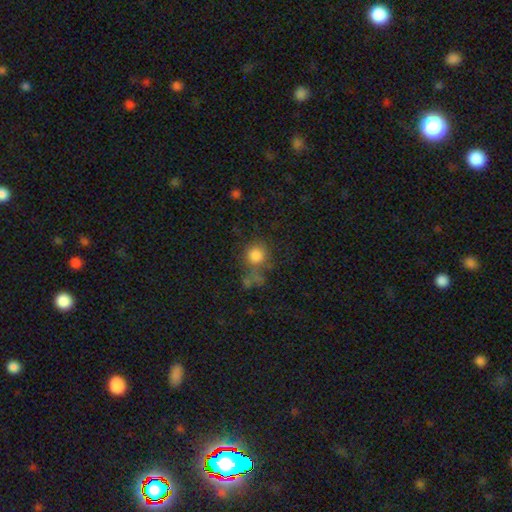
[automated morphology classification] Q: Smooth or featured?
A: smooth (81%); runner-up: star or artifact (12%)
Q: How rounded?
A: round (88%); runner-up: in between (11%)
Q: Merging?
A: none (53%); runner-up: merger (19%)